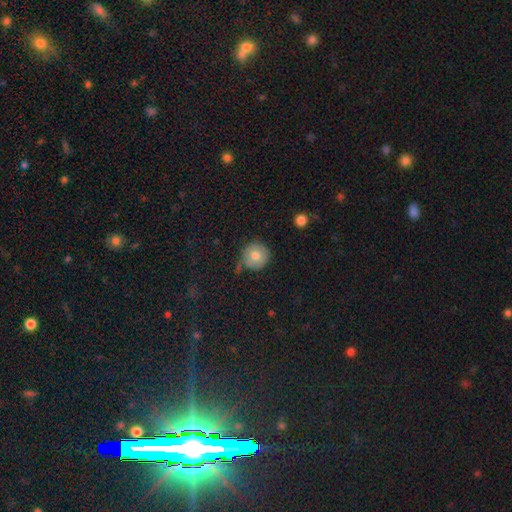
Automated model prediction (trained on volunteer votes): A smooth galaxy with no disk features (77%) that is round (92%). Merging: none (69%).